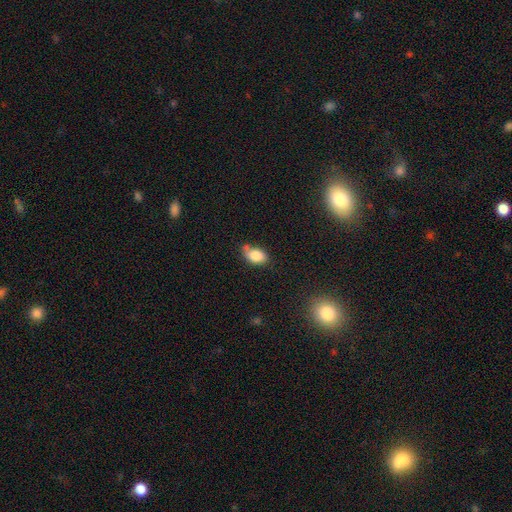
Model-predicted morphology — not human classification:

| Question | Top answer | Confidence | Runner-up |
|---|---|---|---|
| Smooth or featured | smooth | 83% | featured or disk (9%) |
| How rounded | in between | 87% | round (12%) |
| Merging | none | 53% | minor disturbance (27%) |